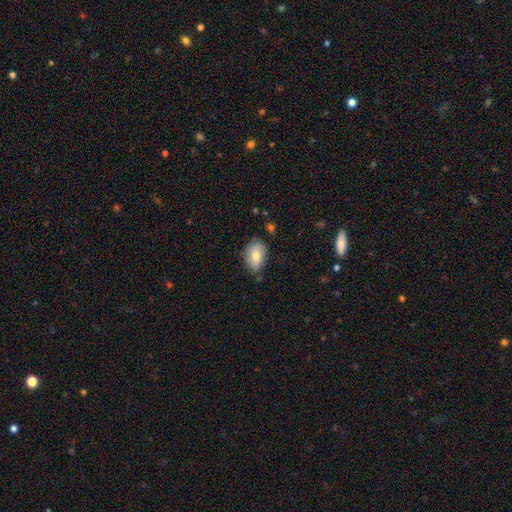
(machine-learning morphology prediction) smooth-or-featured: smooth: 76% | featured or disk: 16% | star or artifact: 8%
  how-rounded: in between: 84% | round: 14% | cigar-shaped: 2%
  merging: none: 72% | minor disturbance: 22% | major disturbance: 4% | merger: 2%